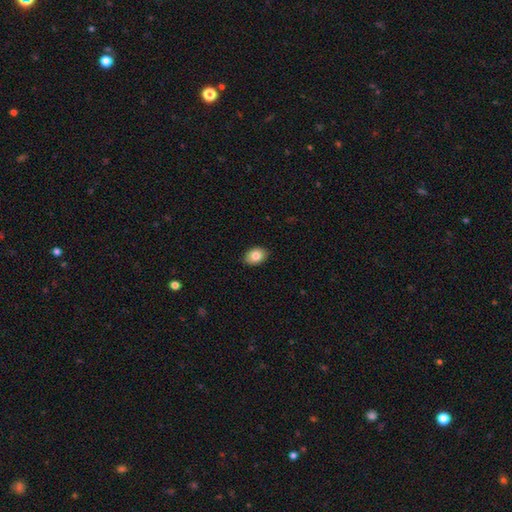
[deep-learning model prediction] Smooth or featured?
  - smooth: 84% *
  - featured or disk: 9%
  - star or artifact: 8%
How rounded?
  - in between: 80% *
  - round: 19%
  - cigar-shaped: 1%
Merging?
  - none: 88% *
  - minor disturbance: 9%
  - major disturbance: 2%
  - merger: 1%